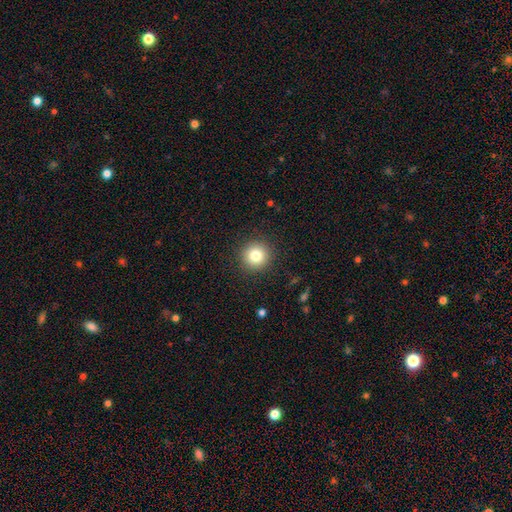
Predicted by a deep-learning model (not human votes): Smooth or featured? Predicted: smooth (p=0.81). How rounded? Predicted: round (p=0.95). Merging? Predicted: none (p=0.91).